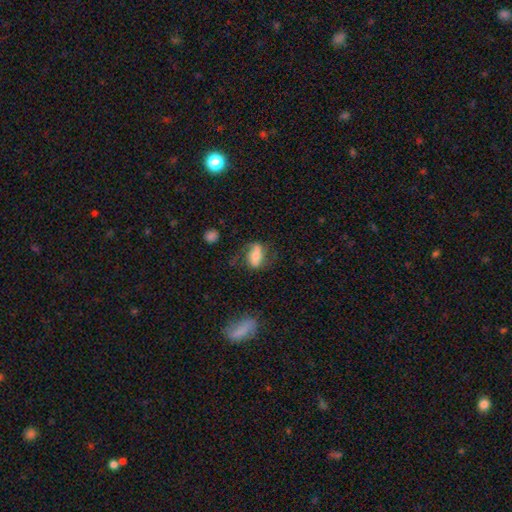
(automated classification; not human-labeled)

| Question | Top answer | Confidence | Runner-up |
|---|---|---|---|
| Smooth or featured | smooth | 49% | featured or disk (43%) |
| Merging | none | 60% | minor disturbance (23%) |